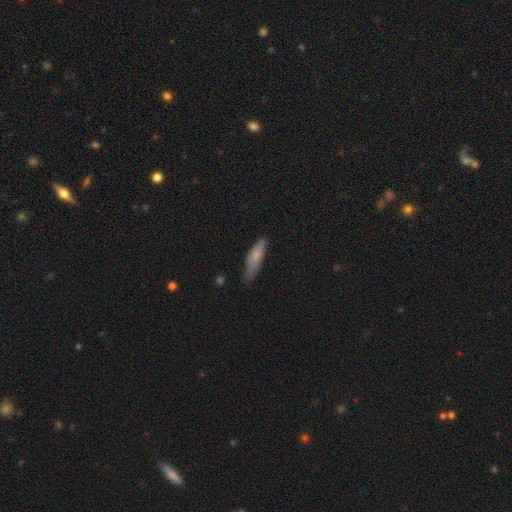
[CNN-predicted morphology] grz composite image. It shows a smooth galaxy with no disk features (73%) that is cigar-shaped (65%). Merging: none (66%).